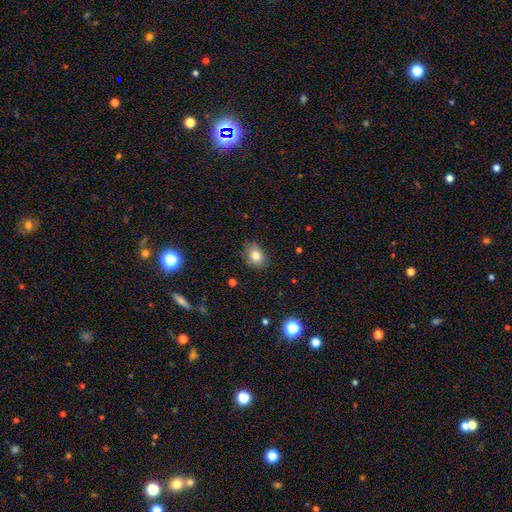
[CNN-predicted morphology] smooth_or_featured: smooth (p=0.81) [alt: featured or disk p=0.10]
how_rounded: in between (p=0.72) [alt: round p=0.27]
merging: none (p=0.84) [alt: minor disturbance p=0.12]